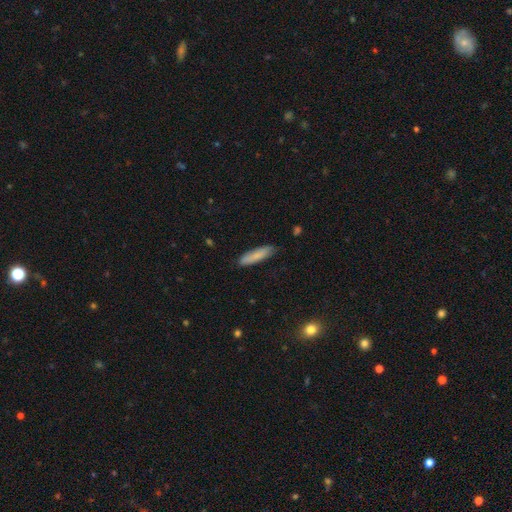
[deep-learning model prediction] smooth_or_featured: smooth (p=0.80) [alt: featured or disk p=0.14]
how_rounded: cigar-shaped (p=0.76) [alt: in between p=0.22]
merging: none (p=0.83) [alt: minor disturbance p=0.14]